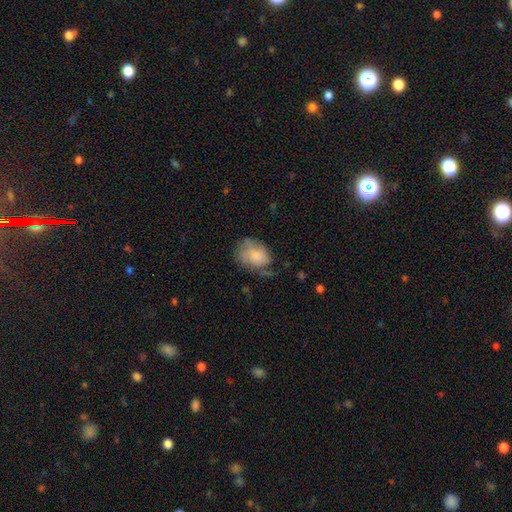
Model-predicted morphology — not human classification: smooth_or_featured: smooth (p=0.68) [alt: featured or disk p=0.24]
how_rounded: in between (p=0.69) [alt: round p=0.30]
merging: none (p=0.39) [alt: minor disturbance p=0.33]